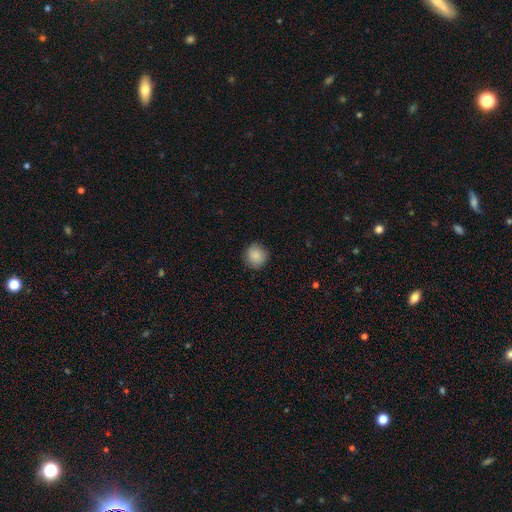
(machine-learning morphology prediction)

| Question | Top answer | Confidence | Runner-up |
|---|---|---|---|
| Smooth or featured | smooth | 88% | star or artifact (8%) |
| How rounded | round | 93% | in between (6%) |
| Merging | none | 89% | minor disturbance (8%) |